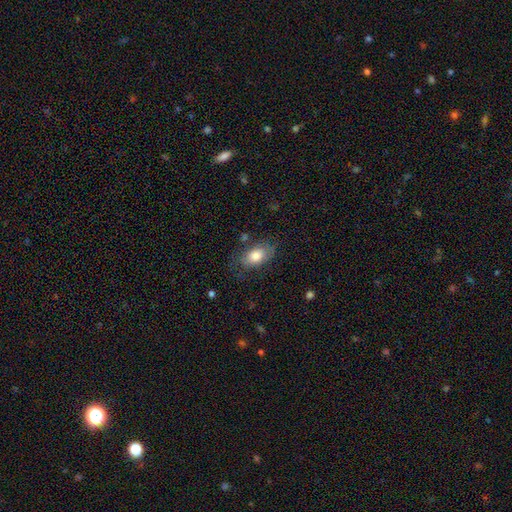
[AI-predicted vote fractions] A smooth galaxy with no disk features (78%) that is in between round and cigar-shaped (90%). Merging: none (70%).